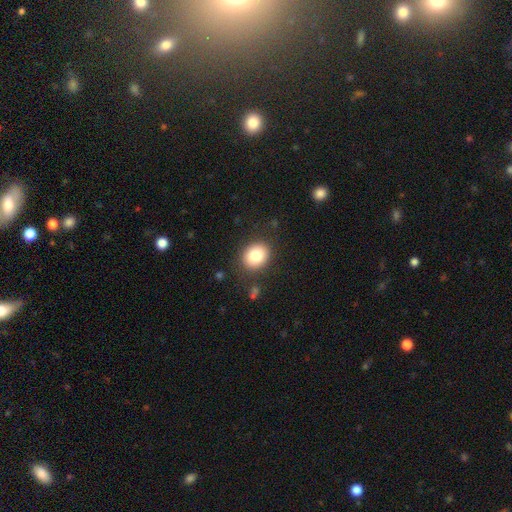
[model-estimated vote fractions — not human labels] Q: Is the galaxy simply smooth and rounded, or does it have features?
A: smooth — 82%.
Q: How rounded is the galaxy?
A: round — 61%.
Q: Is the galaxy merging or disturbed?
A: none — 86%.